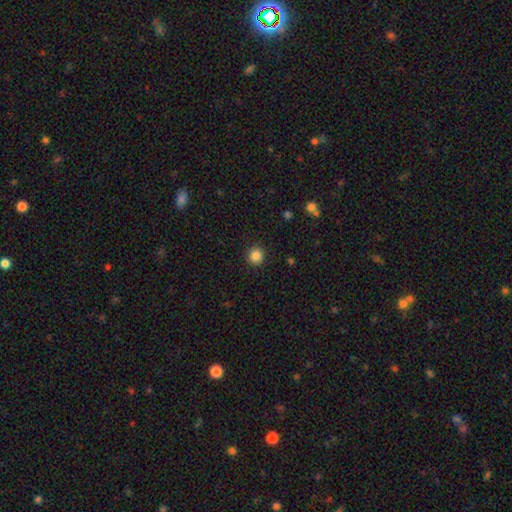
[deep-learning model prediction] Smooth or featured: smooth — 85% (star or artifact — 11%)
How rounded: round — 91% (in between — 8%)
Merging: none — 92% (minor disturbance — 5%)